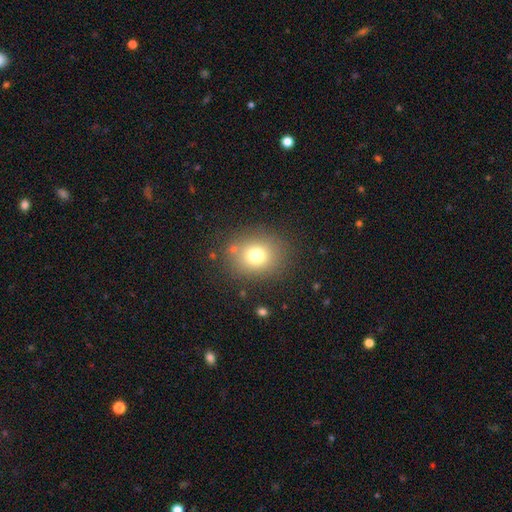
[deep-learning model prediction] Smooth or featured? smooth (74%)
How rounded? round (66%)
Merging? none (81%)